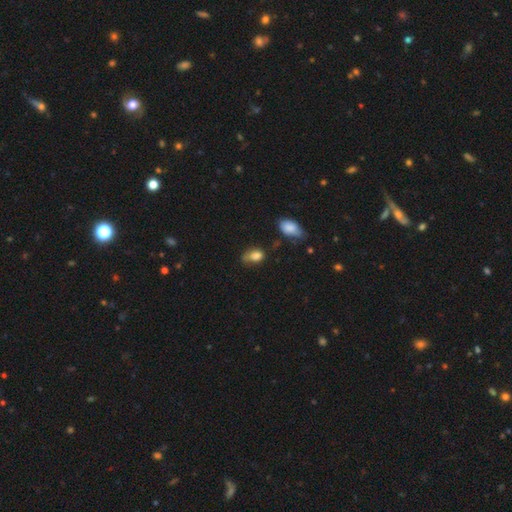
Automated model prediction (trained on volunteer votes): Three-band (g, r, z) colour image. It shows a smooth galaxy with no disk features (80%) that is in between round and cigar-shaped (81%). Merging: minor disturbance (39%).